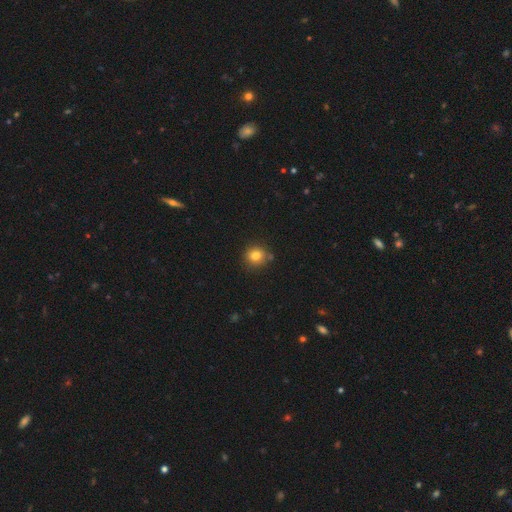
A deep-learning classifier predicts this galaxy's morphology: The model was most divided on "merging": none: 80%, minor disturbance: 12%, merger: 5%, major disturbance: 3%. More confident: how rounded — round (87%); smooth or featured — smooth (81%).